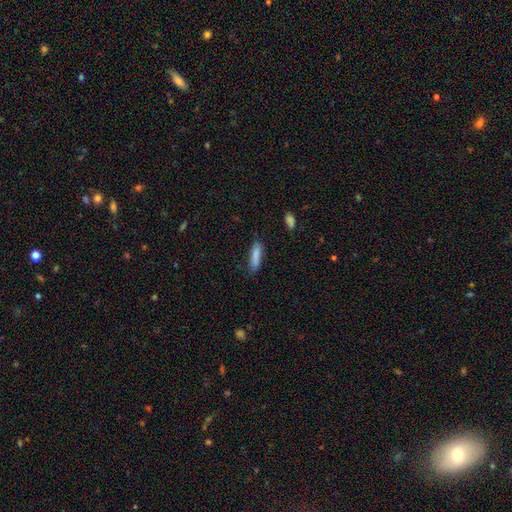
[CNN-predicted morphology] Smooth or featured: smooth — 84% (featured or disk — 9%)
How rounded: cigar-shaped — 61% (in between — 37%)
Merging: none — 75% (minor disturbance — 19%)